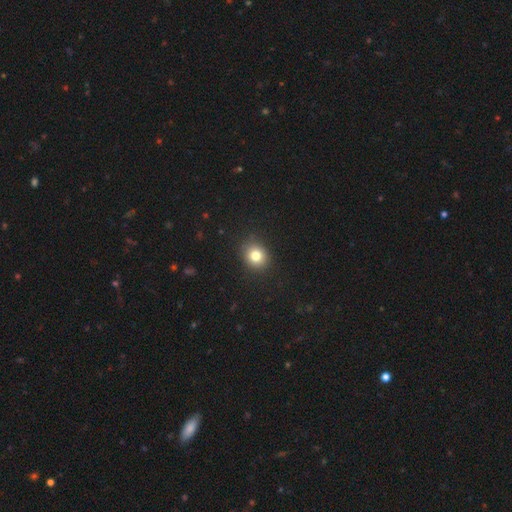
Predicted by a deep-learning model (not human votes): smooth-or-featured: smooth: 80% | star or artifact: 12% | featured or disk: 8%
  how-rounded: round: 74% | in between: 25% | cigar-shaped: 1%
  merging: none: 87% | minor disturbance: 9% | major disturbance: 3% | merger: 1%